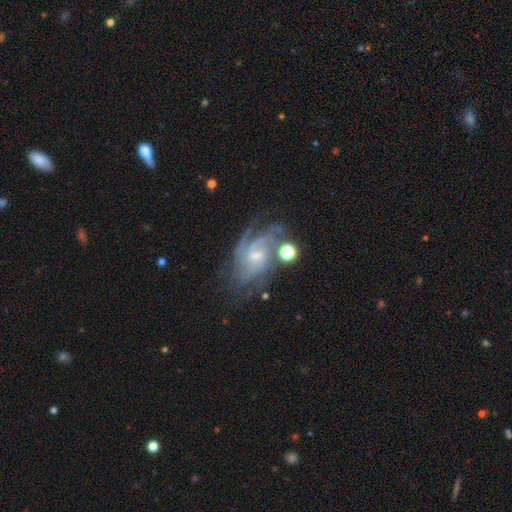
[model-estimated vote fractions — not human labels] The model was most divided on "bar" (2-way tie): no: 45%, weak: 45%, strong: 9%. Remaining: edge-on disk — no (97%); spiral arms — yes (95%); smooth or featured — featured or disk (82%); merging — none (57%); bulge size — small (56%); spiral winding — tight (45%); spiral arm count — can't tell (31%).